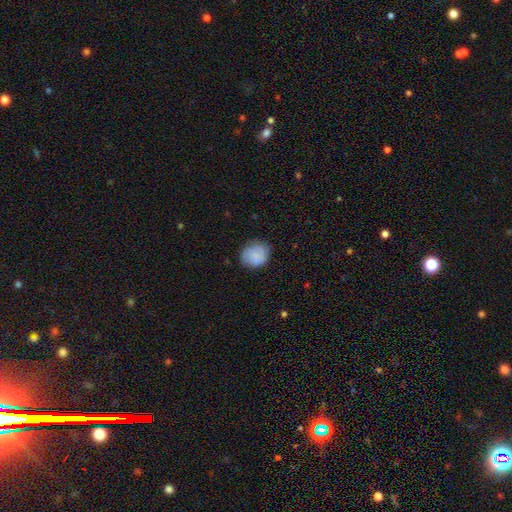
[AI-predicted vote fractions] This is likely a smooth galaxy (78%). How rounded: likely round (66%). Merging: likely none (75%).